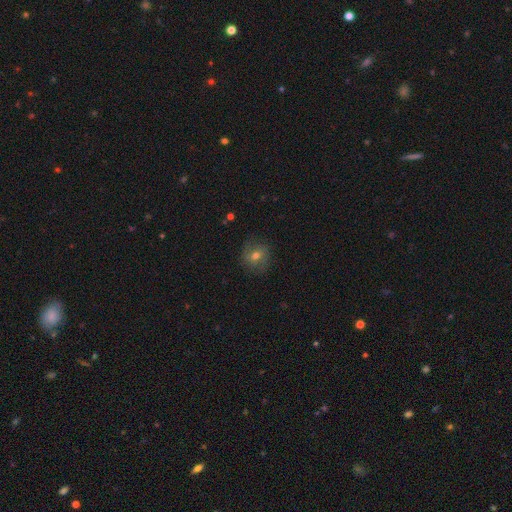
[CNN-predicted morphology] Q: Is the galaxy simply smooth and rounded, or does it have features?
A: smooth — 56%.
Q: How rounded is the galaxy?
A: round — 78%.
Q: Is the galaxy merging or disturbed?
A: none — 80%.